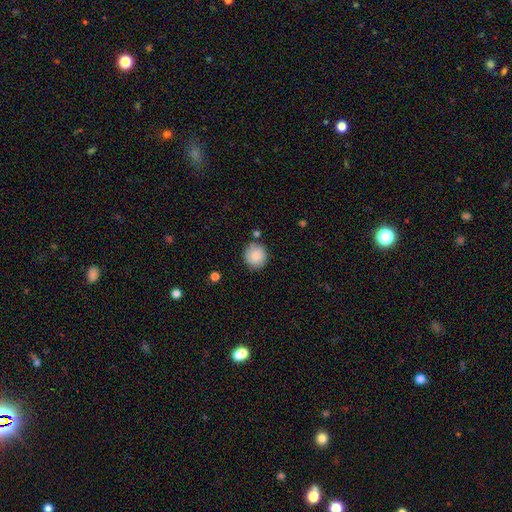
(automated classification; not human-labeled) smooth_or_featured: smooth (p=0.87) [alt: star or artifact p=0.07]
how_rounded: round (p=0.93) [alt: in between p=0.06]
merging: none (p=0.83) [alt: minor disturbance p=0.10]